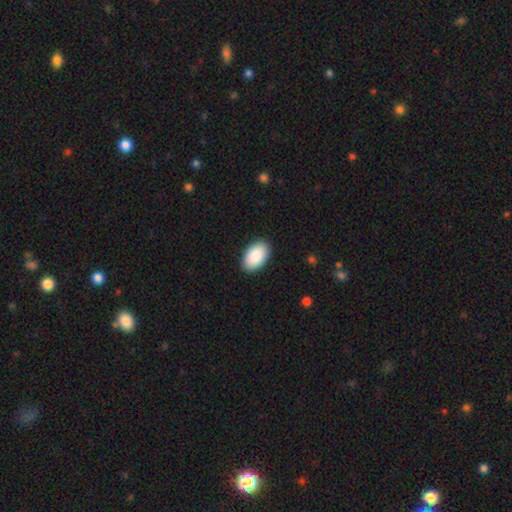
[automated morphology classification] Q: Smooth or featured?
A: smooth (90%); runner-up: star or artifact (5%)
Q: How rounded?
A: in between (94%); runner-up: round (5%)
Q: Merging?
A: none (90%); runner-up: minor disturbance (7%)